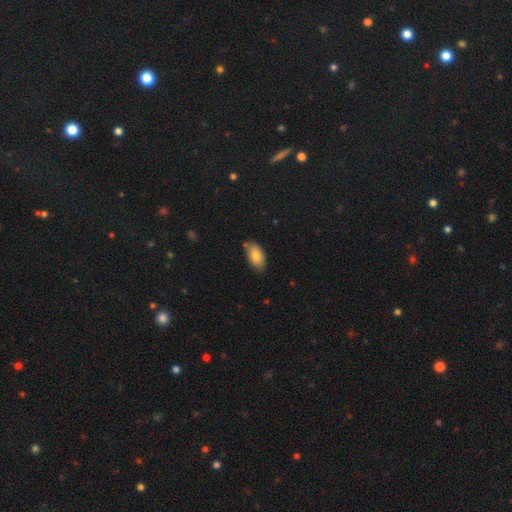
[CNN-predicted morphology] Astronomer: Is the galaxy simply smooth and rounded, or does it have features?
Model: smooth — 80%.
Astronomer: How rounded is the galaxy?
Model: in between — 94%.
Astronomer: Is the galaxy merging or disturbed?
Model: none — 74%.